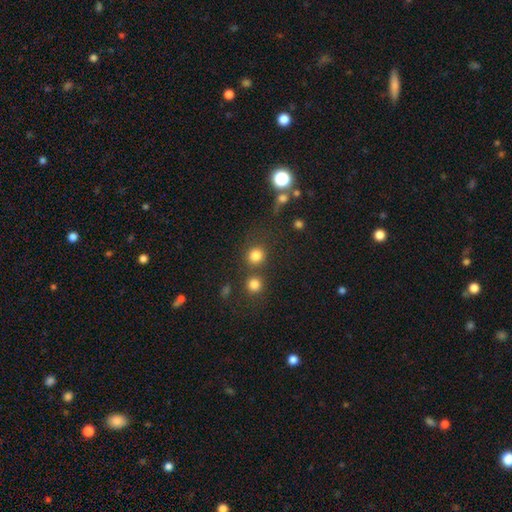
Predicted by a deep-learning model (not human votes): Smooth or featured?
  - smooth: 80% *
  - star or artifact: 14%
  - featured or disk: 6%
How rounded?
  - round: 89% *
  - in between: 10%
  - cigar-shaped: 1%
Merging?
  - none: 68% *
  - merger: 19%
  - minor disturbance: 9%
  - major disturbance: 5%